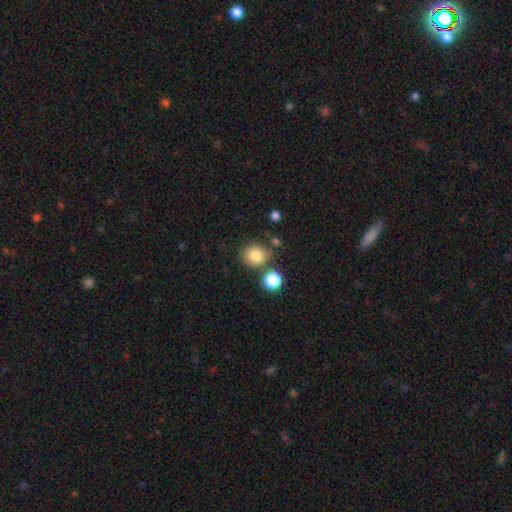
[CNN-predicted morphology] Q: Smooth or featured?
A: smooth (83%); runner-up: star or artifact (11%)
Q: How rounded?
A: round (80%); runner-up: in between (19%)
Q: Merging?
A: none (72%); runner-up: merger (14%)